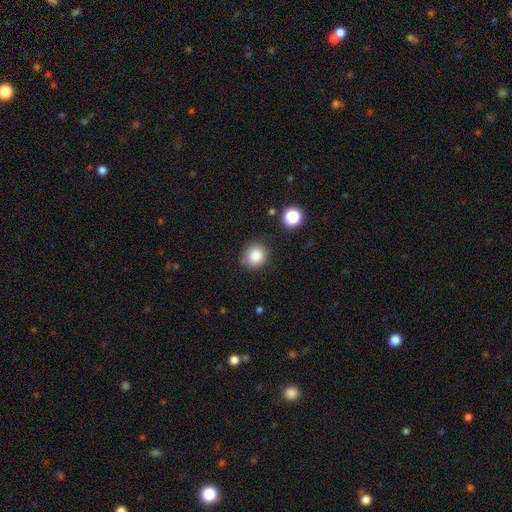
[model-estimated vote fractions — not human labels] Smooth or featured?
  - smooth: 85% *
  - star or artifact: 10%
  - featured or disk: 5%
How rounded?
  - round: 84% *
  - in between: 15%
  - cigar-shaped: 1%
Merging?
  - none: 82% *
  - minor disturbance: 13%
  - major disturbance: 3%
  - merger: 2%